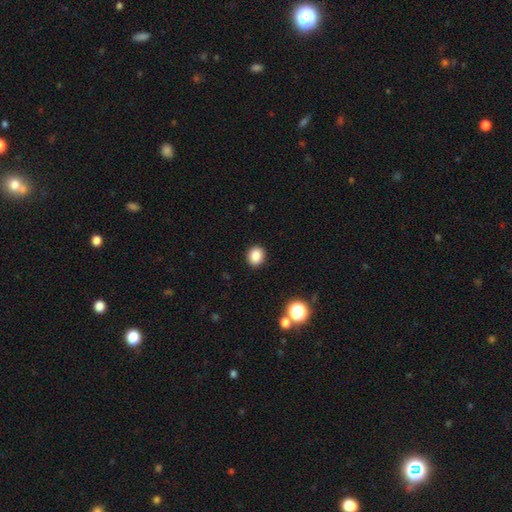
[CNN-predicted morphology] This is clearly a smooth galaxy (85%). How rounded: likely round (72%). Merging: clearly none (91%).